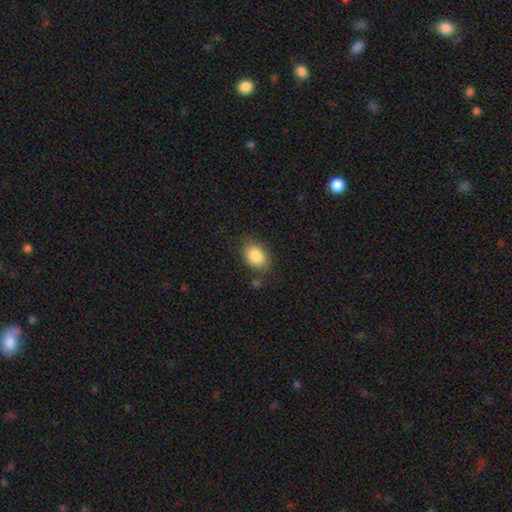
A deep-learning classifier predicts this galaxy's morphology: Smooth or featured? smooth (86%)
How rounded? in between (78%)
Merging? none (77%)